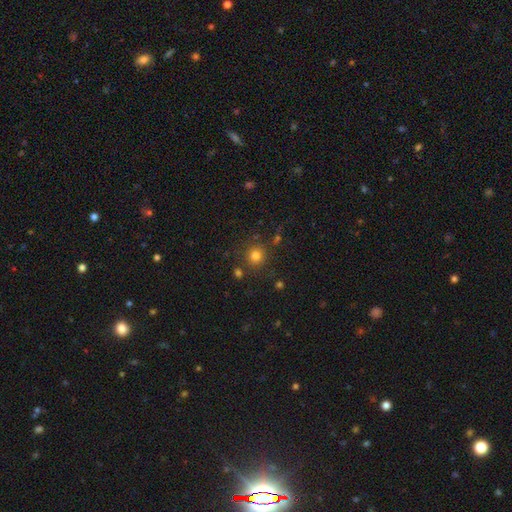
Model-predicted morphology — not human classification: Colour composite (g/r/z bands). It shows a smooth galaxy with no disk features (78%) that is round (92%). Merging: none (83%).